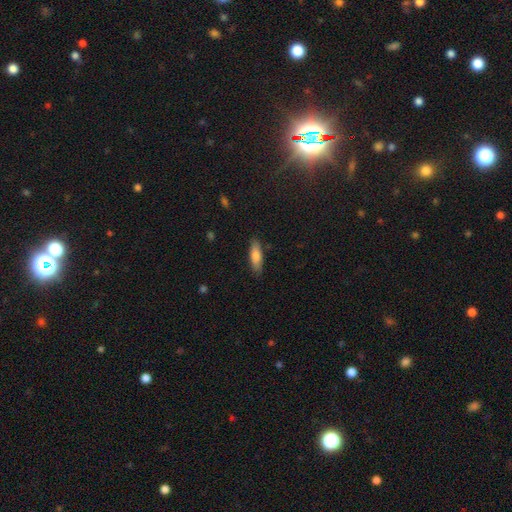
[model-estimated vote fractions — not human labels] Overall: smooth (81%). How rounded: in between (52%; cigar-shaped 46%). Merging: none (85%).